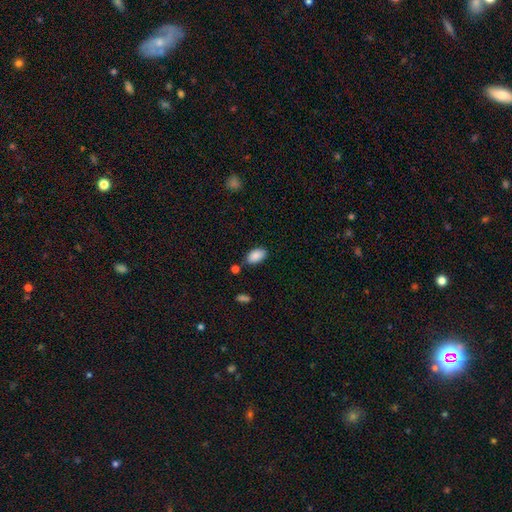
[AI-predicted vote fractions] Overall: smooth (88%). How rounded: in between (94%). Merging: none (78%).